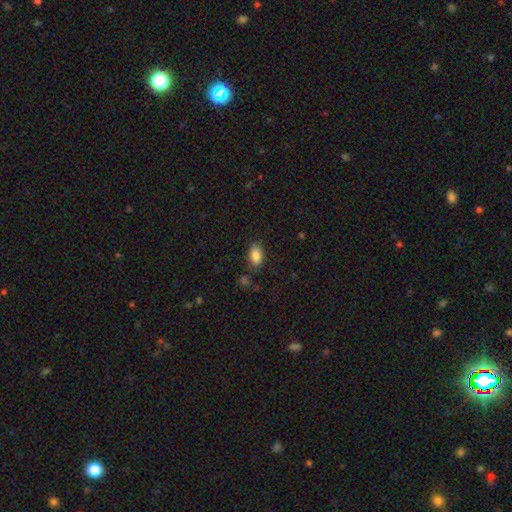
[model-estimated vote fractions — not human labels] Overall: smooth (85%). How rounded: in between (91%). Merging: none (81%).